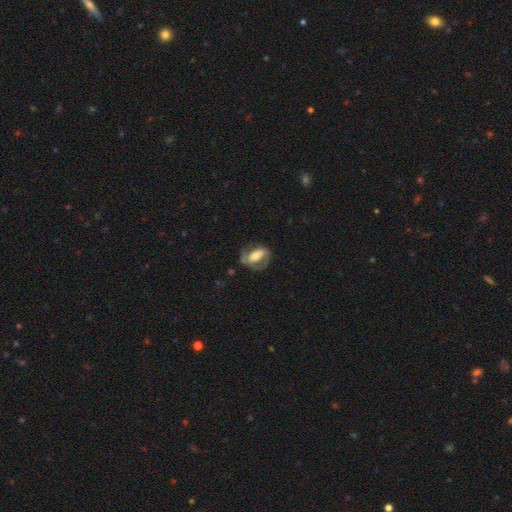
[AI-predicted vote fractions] smooth_or_featured: featured or disk (p=0.65) [alt: smooth p=0.28]
disk_edge_on: no (p=0.94) [alt: yes p=0.06]
bar: strong (p=0.41) [alt: weak p=0.30]
has_spiral_arms: yes (p=0.78) [alt: no p=0.22]
bulge_size: moderate (p=0.52) [alt: small p=0.23]
merging: none (p=0.60) [alt: minor disturbance p=0.21]